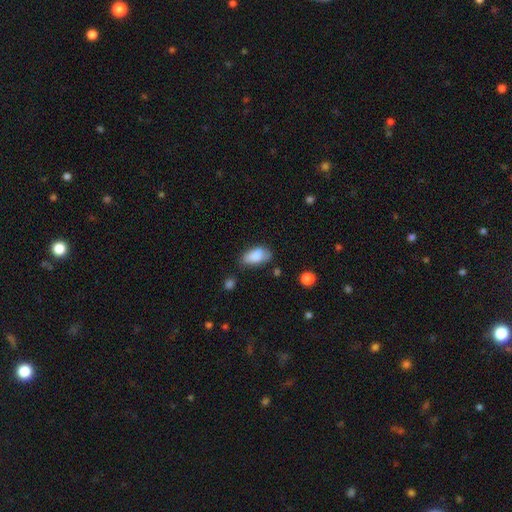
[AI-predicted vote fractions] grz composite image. It shows a smooth galaxy with no disk features (83%) that is in between round and cigar-shaped (92%). Merging: none (51%).